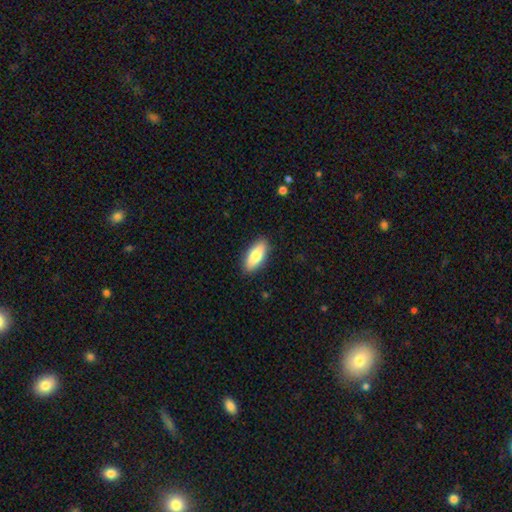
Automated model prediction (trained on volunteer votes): Morphology: type=smooth (78%); roundness=in between (79%); merging=none (88%).